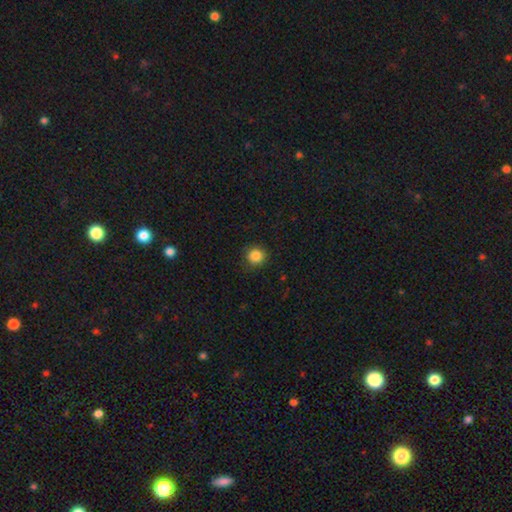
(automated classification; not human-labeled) smooth-or-featured: smooth: 86% | star or artifact: 11% | featured or disk: 4%
  how-rounded: round: 93% | in between: 6% | cigar-shaped: 1%
  merging: none: 89% | minor disturbance: 8% | major disturbance: 2% | merger: 1%